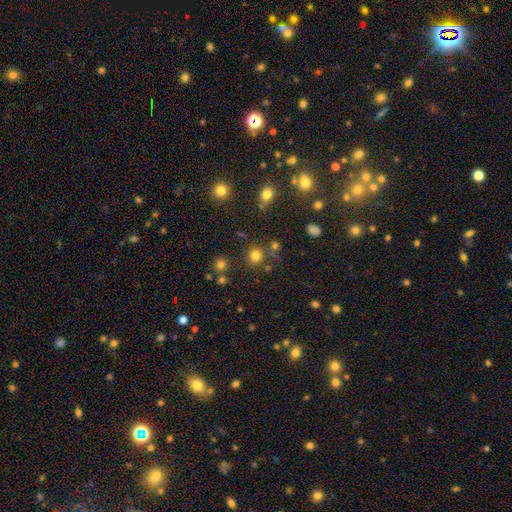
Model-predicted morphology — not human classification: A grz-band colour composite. It shows a smooth galaxy with no disk features (77%) that is round (90%). Merging: none (79%).